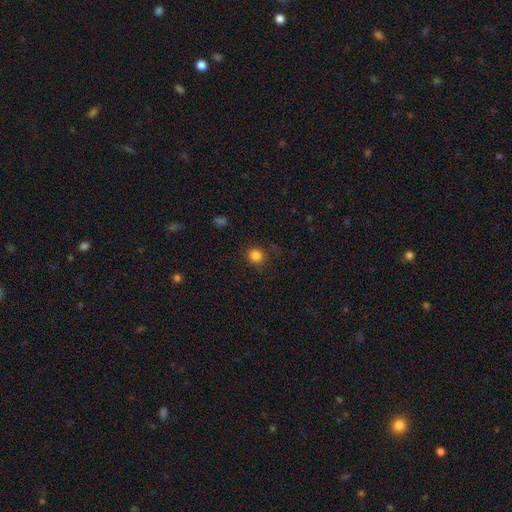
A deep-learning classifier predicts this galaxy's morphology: A smooth galaxy with no disk features (83%) that is round (88%).

Vote fractions:
- Smooth or featured? smooth: 83% / star or artifact: 12% / featured or disk: 5%
- How rounded? round: 88% / in between: 11% / cigar-shaped: 1%
- Merging? none: 87% / minor disturbance: 9% / major disturbance: 3% / merger: 1%